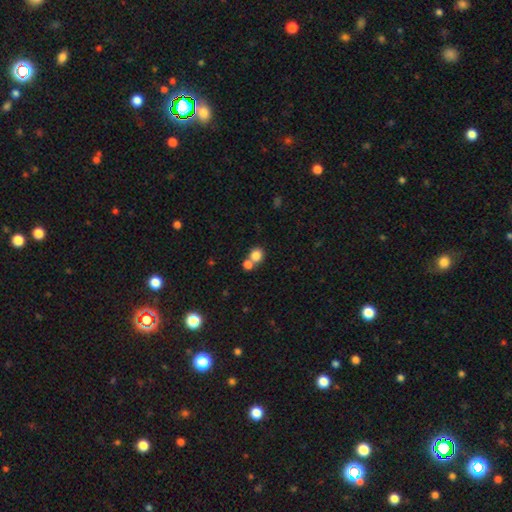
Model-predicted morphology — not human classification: A smooth galaxy with no disk features (82%) that is round (80%). Merging: merger (45%, tied with none).